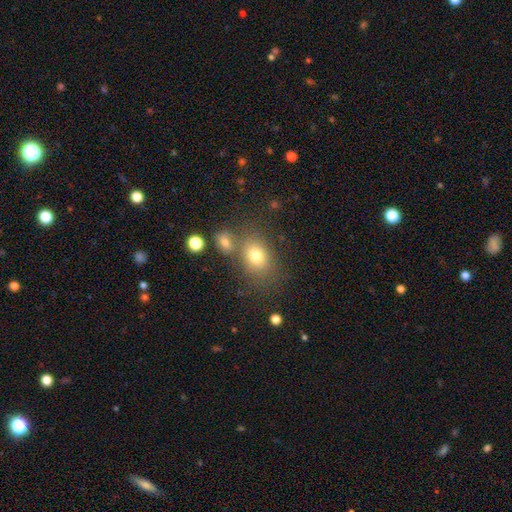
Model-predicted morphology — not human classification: Smooth or featured: smooth — 76% (star or artifact — 13%)
How rounded: in between — 60% (round — 39%)
Merging: none — 61% (merger — 20%)